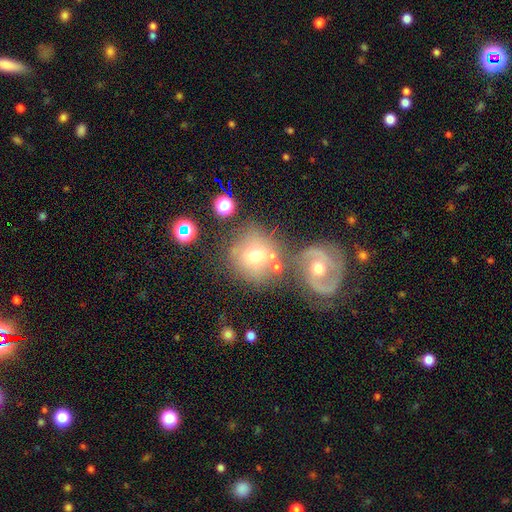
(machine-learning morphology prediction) This is possibly a smooth galaxy (58%). How rounded: clearly round (85%). Merging: possibly none (51%).